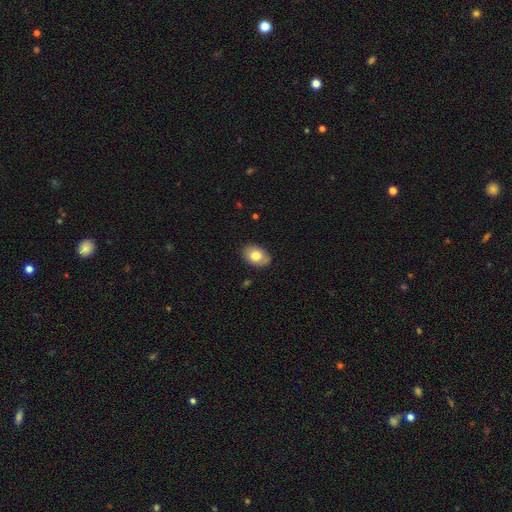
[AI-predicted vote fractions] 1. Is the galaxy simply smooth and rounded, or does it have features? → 77% smooth, 15% featured or disk, 8% star or artifact.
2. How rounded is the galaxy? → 80% in between, 19% round, 1% cigar-shaped.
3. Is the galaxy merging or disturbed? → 83% none, 14% minor disturbance, 2% major disturbance, 1% merger.